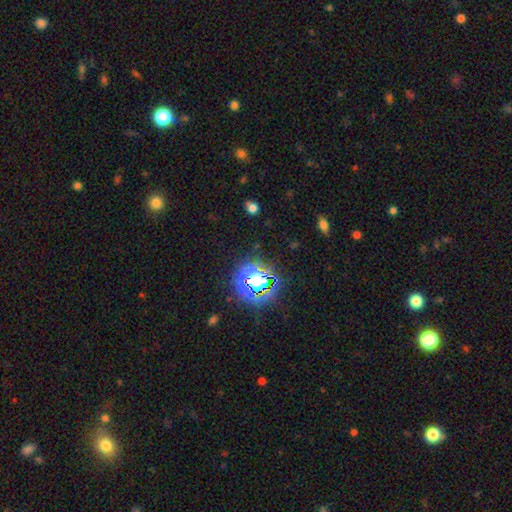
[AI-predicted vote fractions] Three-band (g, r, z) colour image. It shows a star or artifact, not a galaxy (74%).